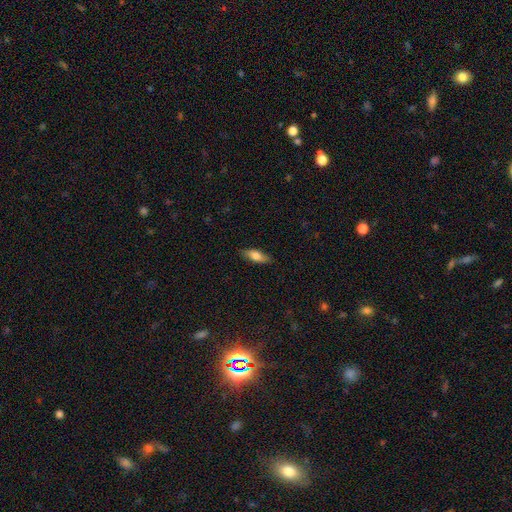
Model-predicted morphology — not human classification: type=smooth (73%); roundness=in between (64%); merging=none (86%).